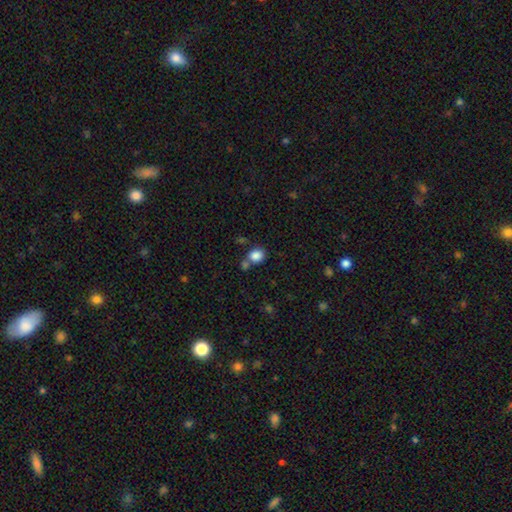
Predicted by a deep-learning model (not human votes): smooth_or_featured: smooth (p=0.85) [alt: star or artifact p=0.10]
how_rounded: round (p=0.70) [alt: in between p=0.29]
merging: none (p=0.58) [alt: merger p=0.26]